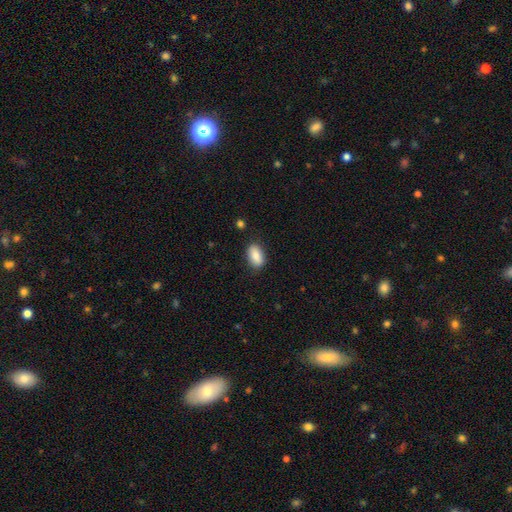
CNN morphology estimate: smooth_or_featured: smooth (p=0.87) [alt: star or artifact p=0.07]
how_rounded: in between (p=0.91) [alt: round p=0.06]
merging: none (p=0.86) [alt: minor disturbance p=0.10]